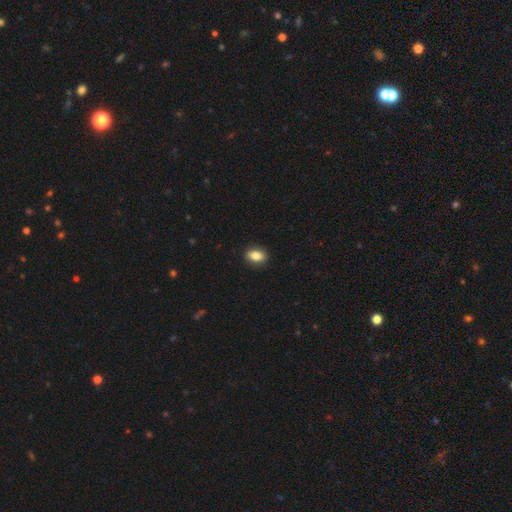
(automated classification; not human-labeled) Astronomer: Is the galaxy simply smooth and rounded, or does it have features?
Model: smooth — 84%.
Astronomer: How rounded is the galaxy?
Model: in between — 81%.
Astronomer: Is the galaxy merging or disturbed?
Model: none — 89%.